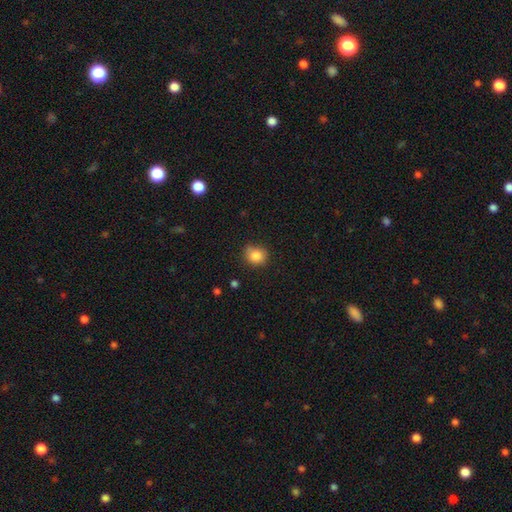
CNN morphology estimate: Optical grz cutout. It shows a smooth galaxy with no disk features (84%) that is round (75%). Merging: none (71%).